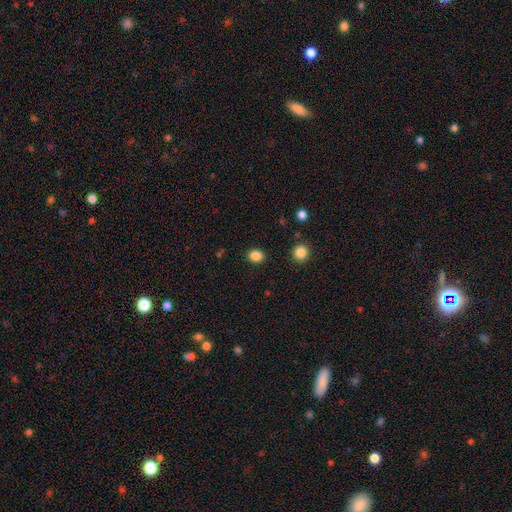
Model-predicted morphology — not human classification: The model was most divided on "how rounded": round: 61%, in between: 38%, cigar-shaped: 1%. More confident: merging — none (89%); smooth or featured — smooth (86%).